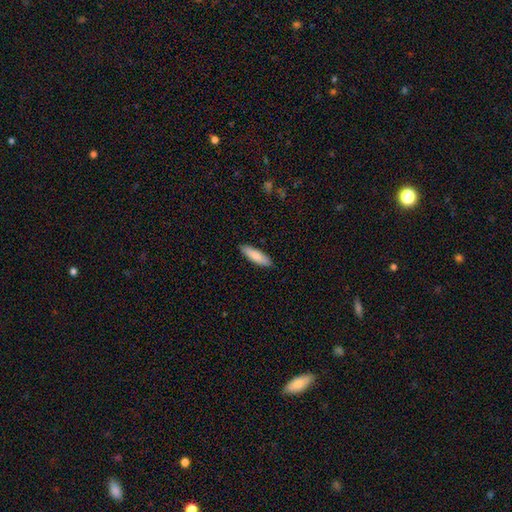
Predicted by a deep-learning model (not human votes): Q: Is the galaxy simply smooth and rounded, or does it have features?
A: smooth — 84%.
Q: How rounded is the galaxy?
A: cigar-shaped — 59%.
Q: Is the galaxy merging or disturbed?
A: none — 90%.